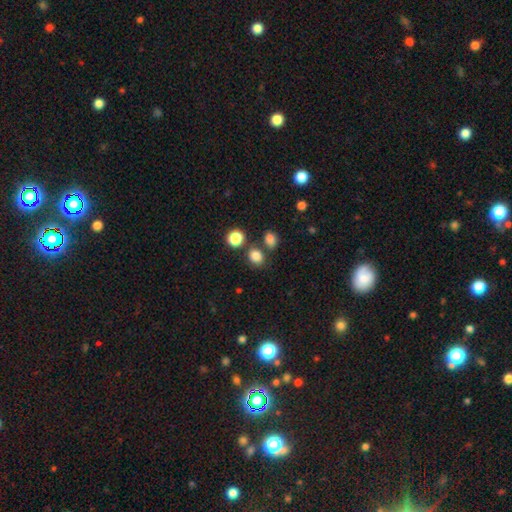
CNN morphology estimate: smooth 81%, star or artifact 14%, featured or disk 5%. Down the decision tree: how rounded — round (57%); merging — none (71%).